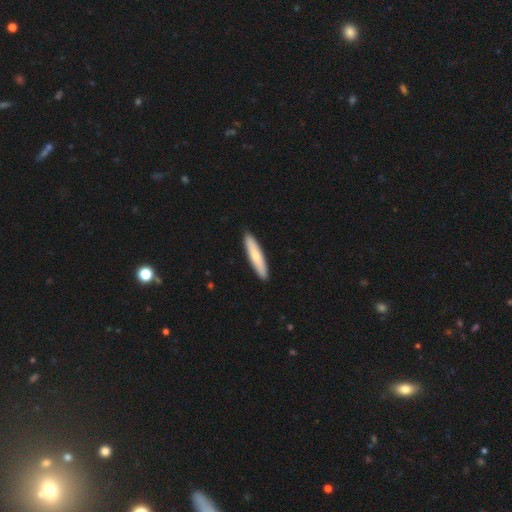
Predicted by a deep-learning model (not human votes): This is likely a smooth galaxy (71%). How rounded: clearly cigar-shaped (87%). Merging: clearly none (92%).